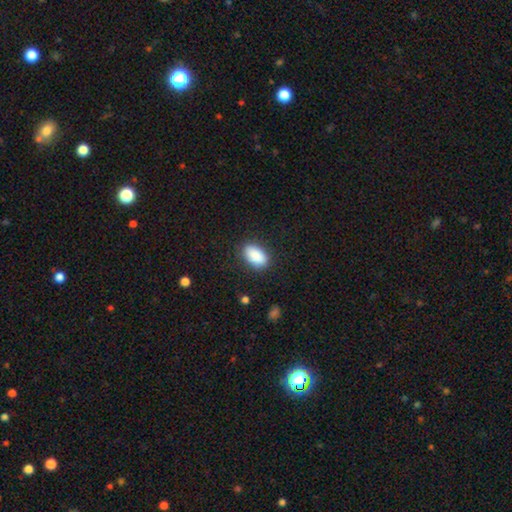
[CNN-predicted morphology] Smooth or featured: smooth — 90% (star or artifact — 7%)
How rounded: in between — 93% (round — 5%)
Merging: none — 87% (minor disturbance — 9%)